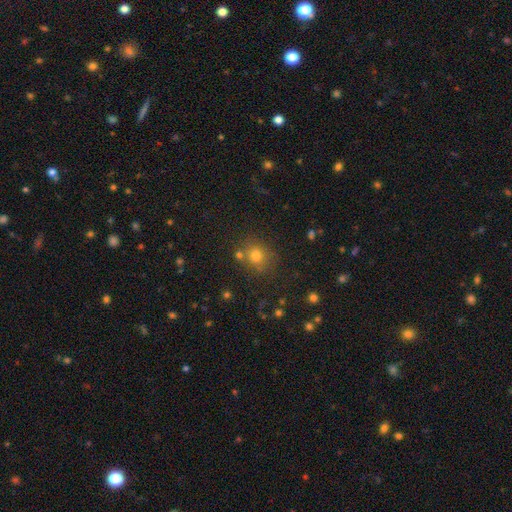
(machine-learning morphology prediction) A smooth galaxy with no disk features (72%) that is round (79%). Merging: none (73%).